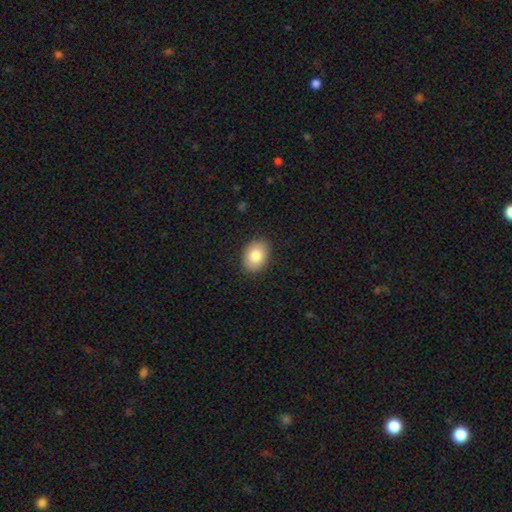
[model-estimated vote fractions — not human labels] smooth_or_featured: smooth (p=0.83) [alt: featured or disk p=0.09]
how_rounded: in between (p=0.72) [alt: round p=0.27]
merging: none (p=0.88) [alt: minor disturbance p=0.09]